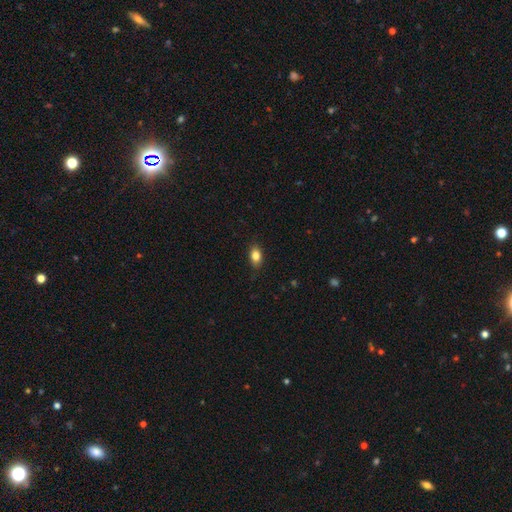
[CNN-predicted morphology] smooth_or_featured: smooth (p=0.84) [alt: star or artifact p=0.09]
how_rounded: in between (p=0.82) [alt: round p=0.15]
merging: none (p=0.86) [alt: minor disturbance p=0.11]